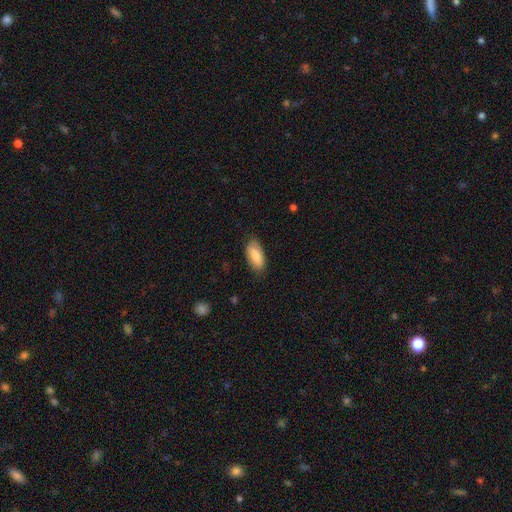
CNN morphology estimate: smooth_or_featured: smooth (p=0.83) [alt: featured or disk p=0.12]
how_rounded: in between (p=0.88) [alt: cigar-shaped p=0.10]
merging: none (p=0.81) [alt: minor disturbance p=0.15]